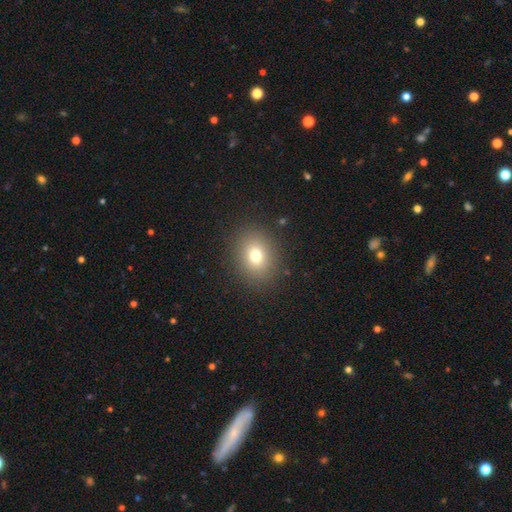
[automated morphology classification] This is likely a smooth galaxy (74%). How rounded: possibly round (57%). Merging: clearly none (87%).